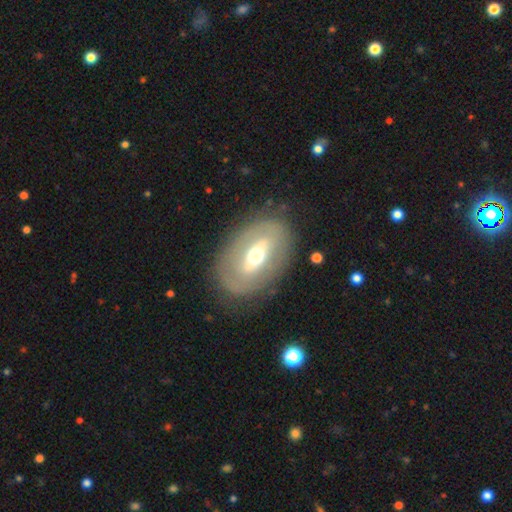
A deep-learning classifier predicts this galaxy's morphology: A featured or disk galaxy (63%) with a strong bar (42%), no spiral arms (75%) and a moderate central bulge (69%). Merging: none (81%).